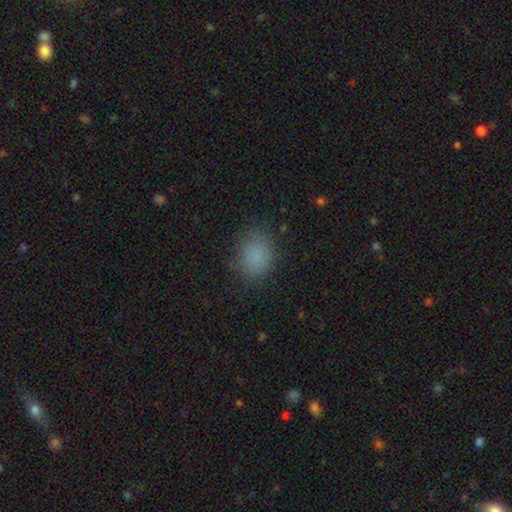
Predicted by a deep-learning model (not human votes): smooth-or-featured: smooth: 84% | star or artifact: 11% | featured or disk: 5%
  how-rounded: in between: 55% | round: 43% | cigar-shaped: 1%
  merging: none: 81% | minor disturbance: 14% | major disturbance: 4% | merger: 1%